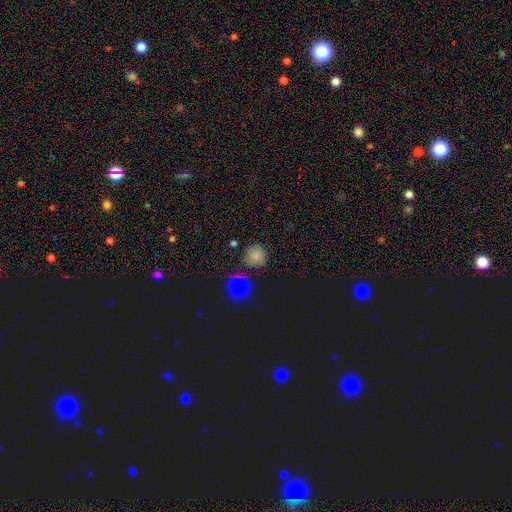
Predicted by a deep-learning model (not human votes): Overall: smooth (80%). How rounded: round (93%). Merging: none (76%).